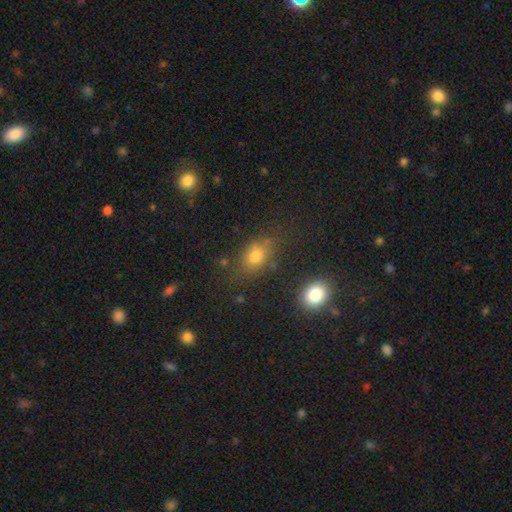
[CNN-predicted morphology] smooth_or_featured: smooth (p=0.76) [alt: star or artifact p=0.14]
how_rounded: in between (p=0.74) [alt: round p=0.23]
merging: none (p=0.70) [alt: minor disturbance p=0.18]